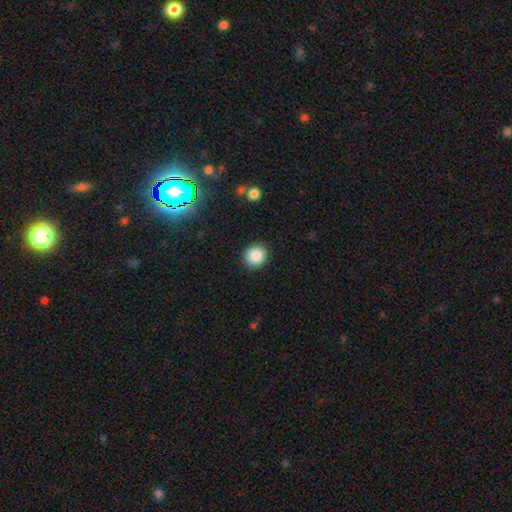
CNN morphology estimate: This appears to be a smooth galaxy with no disk features (87%) that is round (90%). Merging: none (91%).